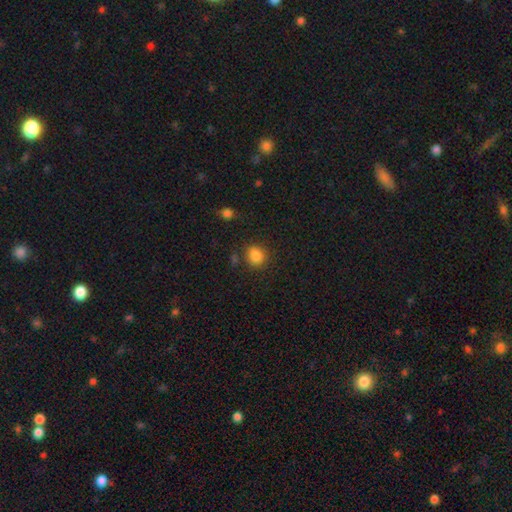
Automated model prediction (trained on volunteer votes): Morphology: type=smooth (85%); roundness=round (71%); merging=none (79%).